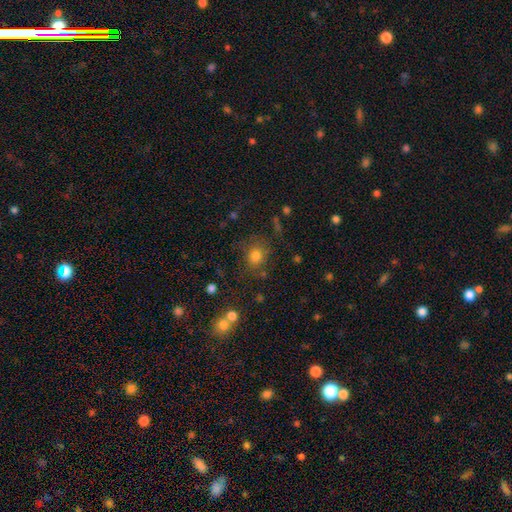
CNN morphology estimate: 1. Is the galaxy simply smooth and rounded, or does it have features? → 75% smooth, 16% star or artifact, 9% featured or disk.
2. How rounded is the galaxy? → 80% round, 19% in between, 1% cigar-shaped.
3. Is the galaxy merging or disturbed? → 75% none, 14% minor disturbance, 6% major disturbance, 5% merger.